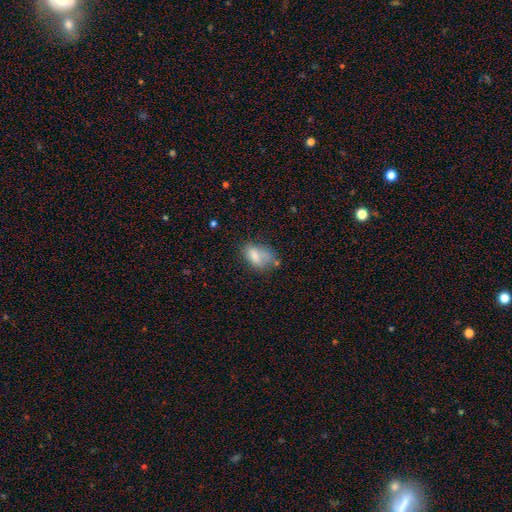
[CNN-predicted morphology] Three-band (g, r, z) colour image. It shows a smooth galaxy with no disk features (72%) that is in between round and cigar-shaped (88%). Merging: none (36%).